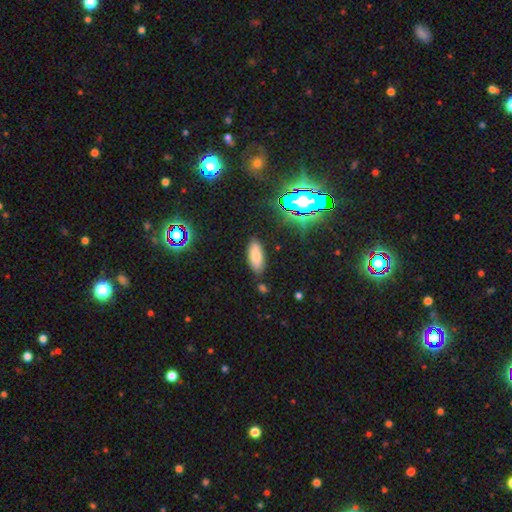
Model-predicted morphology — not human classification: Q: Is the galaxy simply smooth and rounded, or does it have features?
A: smooth — 75%.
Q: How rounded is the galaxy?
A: in between — 79%.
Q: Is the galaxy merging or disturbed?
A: none — 84%.